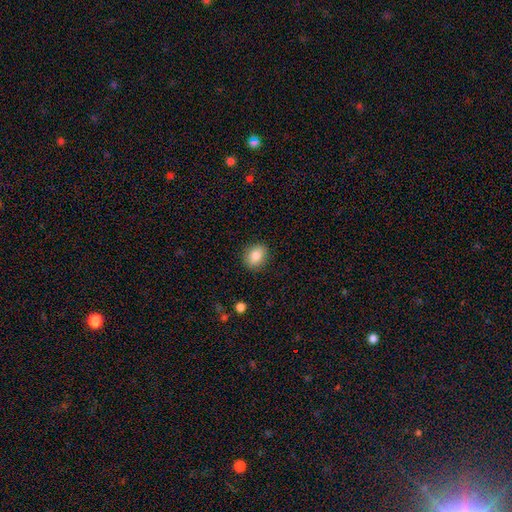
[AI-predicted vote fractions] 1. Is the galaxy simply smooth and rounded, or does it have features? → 84% smooth, 9% star or artifact, 7% featured or disk.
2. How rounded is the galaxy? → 50% in between, 49% round, 1% cigar-shaped.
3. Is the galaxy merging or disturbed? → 87% none, 9% minor disturbance, 2% major disturbance, 1% merger.